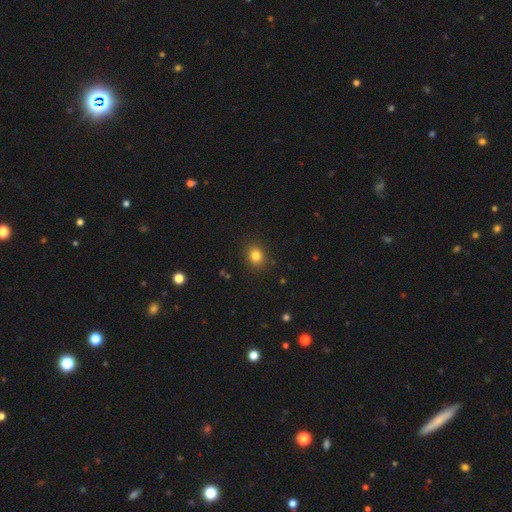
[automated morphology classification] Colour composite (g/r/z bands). It shows a smooth galaxy with no disk features (82%) that is round (67%). Merging: none (89%).